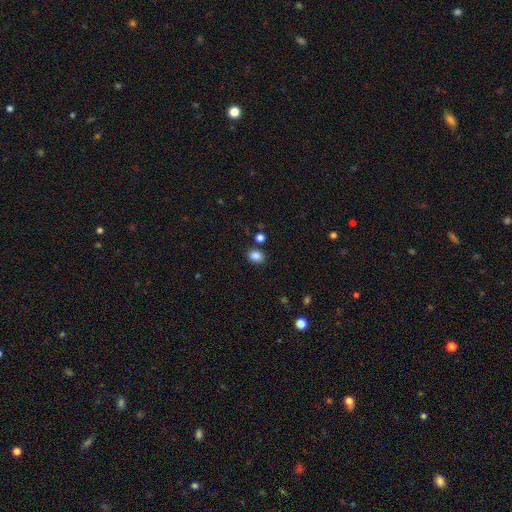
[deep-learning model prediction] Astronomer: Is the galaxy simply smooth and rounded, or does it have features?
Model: smooth — 85%.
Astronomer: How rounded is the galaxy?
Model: in between — 60% (runner-up: round, 39%).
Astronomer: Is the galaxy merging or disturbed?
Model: none — 82%.